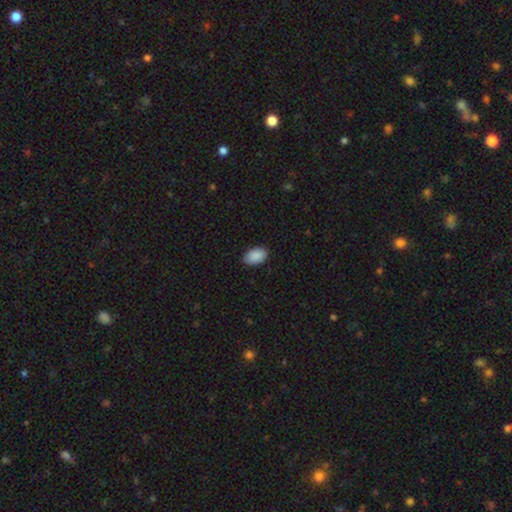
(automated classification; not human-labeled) Morphology: type=smooth (90%); roundness=in between (90%); merging=none (85%).